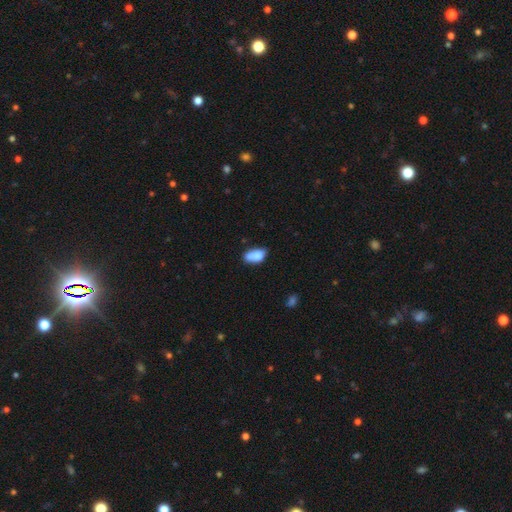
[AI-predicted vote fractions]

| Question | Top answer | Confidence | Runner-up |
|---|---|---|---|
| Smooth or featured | smooth | 80% | featured or disk (12%) |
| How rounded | in between | 88% | round (6%) |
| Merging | none | 48% | minor disturbance (27%) |